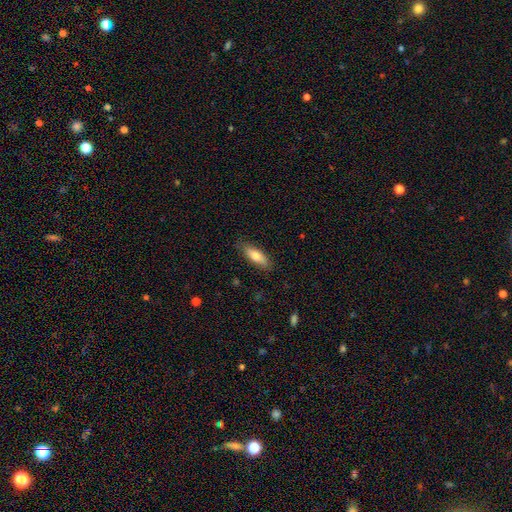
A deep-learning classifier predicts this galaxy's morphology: Smooth or featured: smooth — 76% (featured or disk — 18%)
How rounded: in between — 61% (cigar-shaped — 37%)
Merging: none — 84% (minor disturbance — 13%)